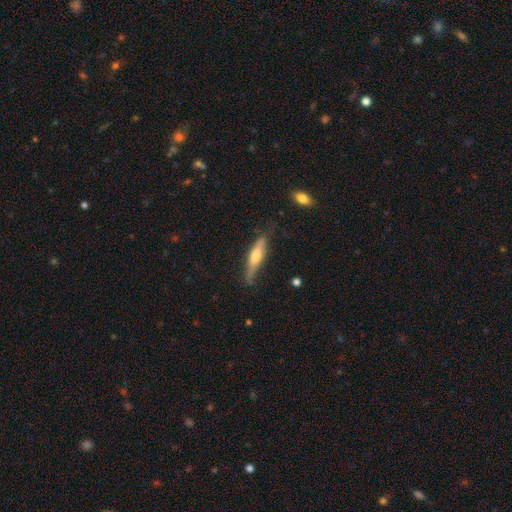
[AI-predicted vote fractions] Q: Smooth or featured?
A: featured or disk (52%); runner-up: smooth (43%)
Q: Edge-on disk?
A: yes (91%); runner-up: no (9%)
Q: Merging?
A: none (76%); runner-up: minor disturbance (18%)